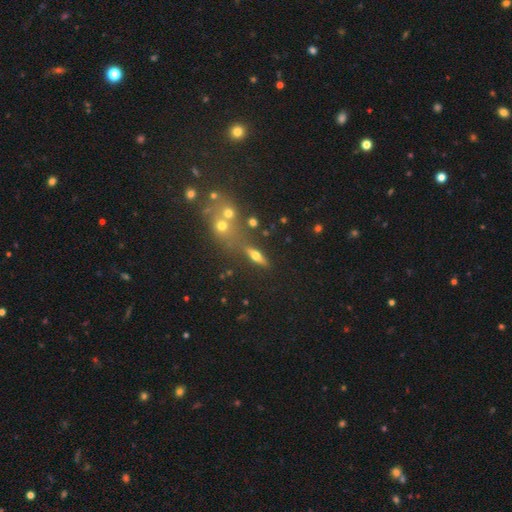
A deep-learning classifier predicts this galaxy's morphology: Smooth or featured?
  - featured or disk: 44% * (tied)
  - smooth: 44% * (tied)
  - star or artifact: 12%
Merging?
  - none: 66% *
  - merger: 15%
  - minor disturbance: 13%
  - major disturbance: 6%